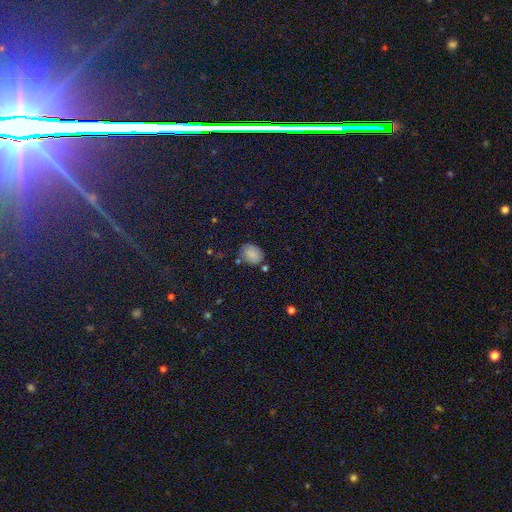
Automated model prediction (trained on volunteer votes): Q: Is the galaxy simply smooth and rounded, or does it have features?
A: smooth — 78%.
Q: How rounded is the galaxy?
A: in between — 64%.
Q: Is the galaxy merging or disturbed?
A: none — 76%.